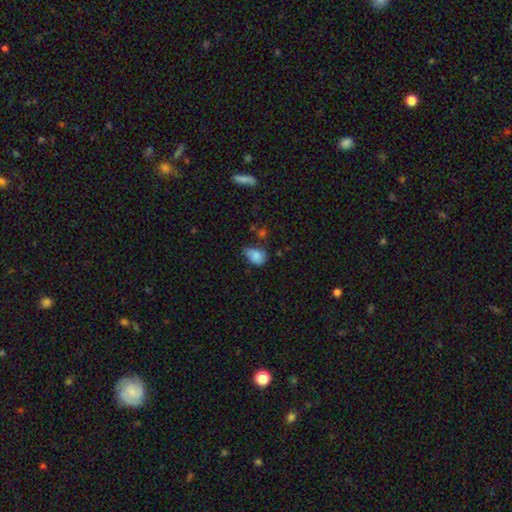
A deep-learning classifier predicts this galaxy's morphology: Smooth or featured? smooth (79%)
How rounded? in between (80%)
Merging? none (42%, tied with minor disturbance)